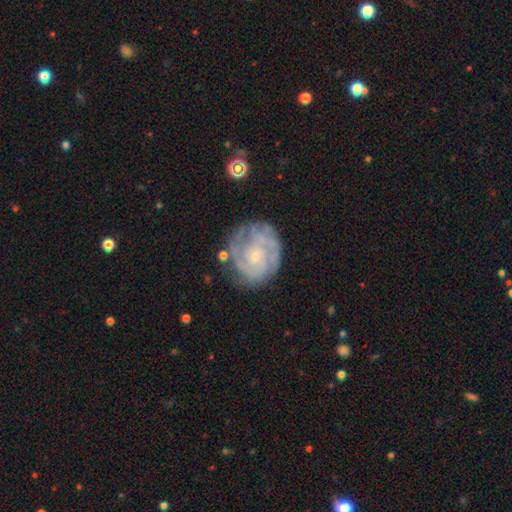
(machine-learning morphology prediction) This appears to be a featured or disk galaxy (80%) with no bar (75%), tight (68%) spiral arms (91%) and a small central bulge (75%). Merging: none (72%).